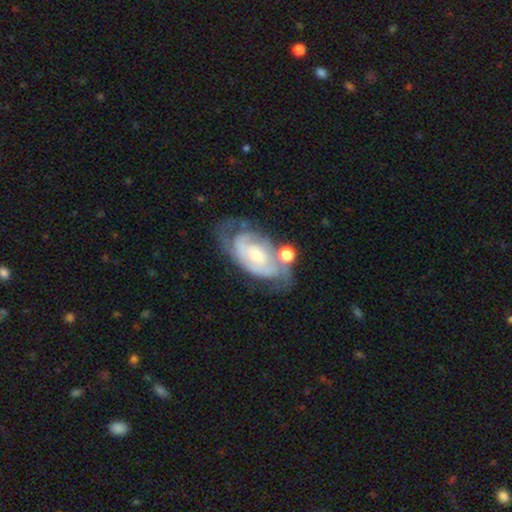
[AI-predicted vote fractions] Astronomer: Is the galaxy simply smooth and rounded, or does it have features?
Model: featured or disk — 79%.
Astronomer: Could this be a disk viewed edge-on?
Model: no — 95%.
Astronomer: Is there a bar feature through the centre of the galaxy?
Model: no — 65%.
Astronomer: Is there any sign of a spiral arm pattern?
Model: yes — 90%.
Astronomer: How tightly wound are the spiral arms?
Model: tight — 59%.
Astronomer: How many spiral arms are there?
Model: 2 — 46% (runner-up: can't tell, 33%).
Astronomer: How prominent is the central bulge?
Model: small — 54% (runner-up: moderate, 34%).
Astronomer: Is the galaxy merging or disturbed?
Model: none — 47% (runner-up: minor disturbance, 24%).